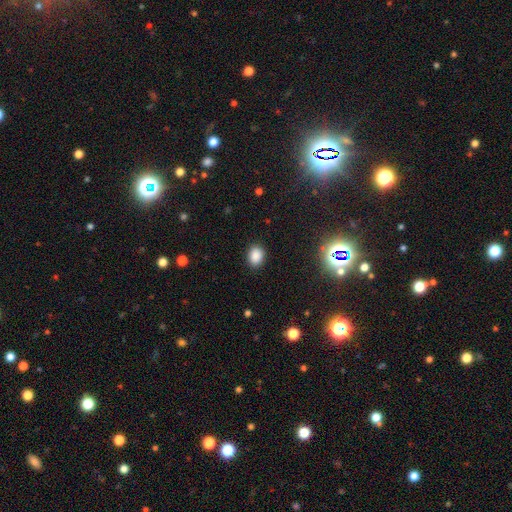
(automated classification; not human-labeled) This is clearly a smooth galaxy (86%). How rounded: possibly in between (60%). Merging: clearly none (88%).